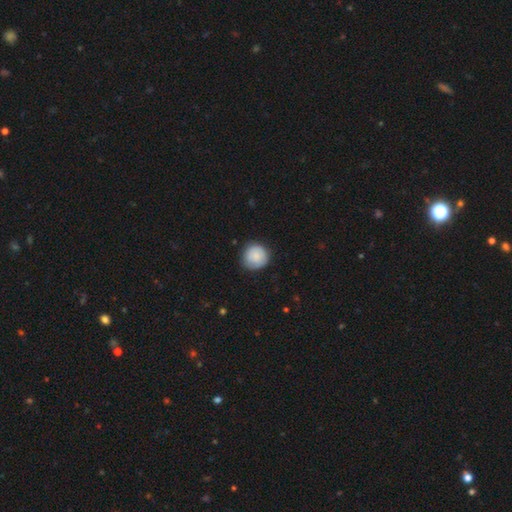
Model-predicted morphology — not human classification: A smooth galaxy with no disk features (83%) that is round (93%). Merging: none (81%).